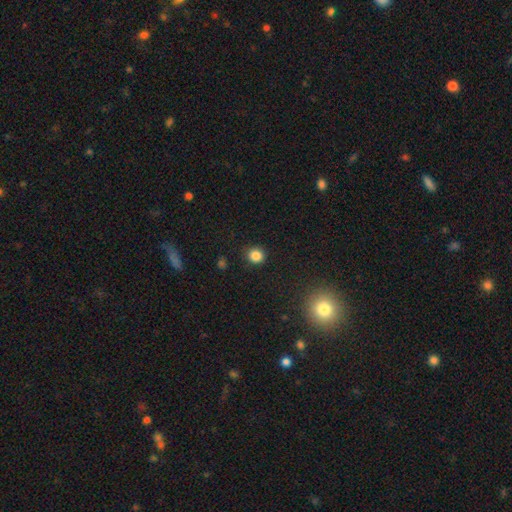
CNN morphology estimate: Overall: smooth (83%). How rounded: round (89%). Merging: none (89%).